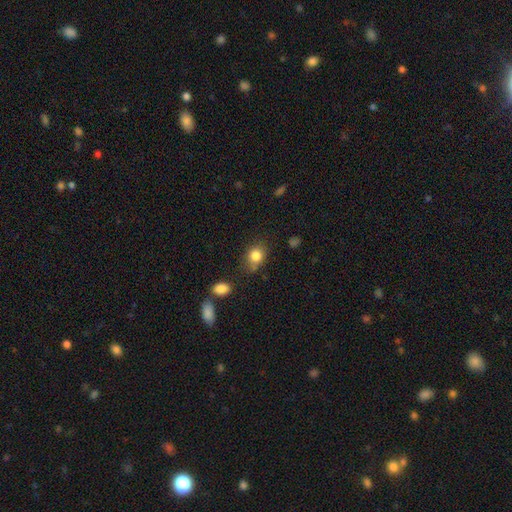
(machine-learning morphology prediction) A smooth galaxy with no disk features (83%) that is round (55%).

Vote fractions:
- Smooth or featured? smooth: 83% / star or artifact: 10% / featured or disk: 7%
- How rounded? round: 55% / in between: 44% / cigar-shaped: 1%
- Merging? none: 63% / minor disturbance: 24% / major disturbance: 7% / merger: 6%